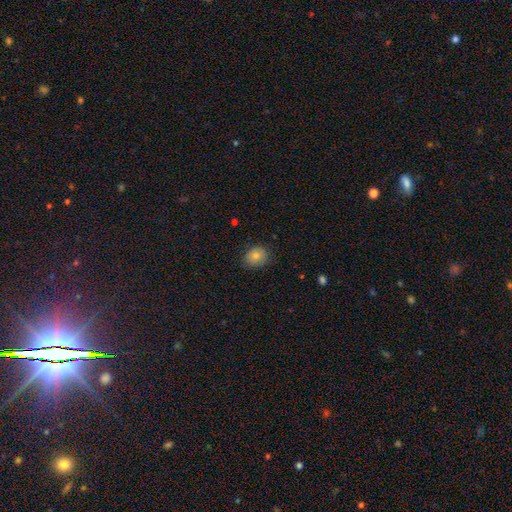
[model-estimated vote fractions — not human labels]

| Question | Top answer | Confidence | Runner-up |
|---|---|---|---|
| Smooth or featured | smooth | 78% | featured or disk (11%) |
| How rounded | round | 59% | in between (40%) |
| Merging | none | 81% | minor disturbance (16%) |